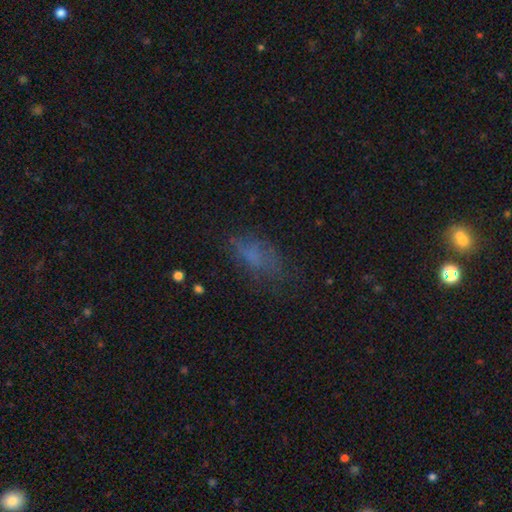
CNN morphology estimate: This is possibly a smooth galaxy (57%). How rounded: clearly in between (83%). Merging: likely none (66%).